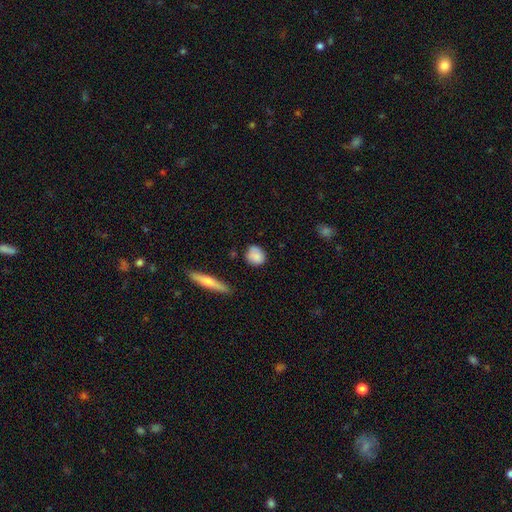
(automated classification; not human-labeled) A smooth galaxy with no disk features (83%) that is round (75%). Merging: none (77%).